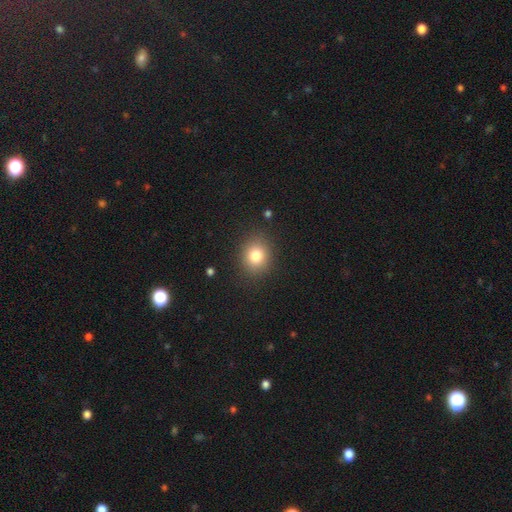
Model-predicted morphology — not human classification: Smooth or featured? smooth (80%)
How rounded? round (67%)
Merging? none (87%)